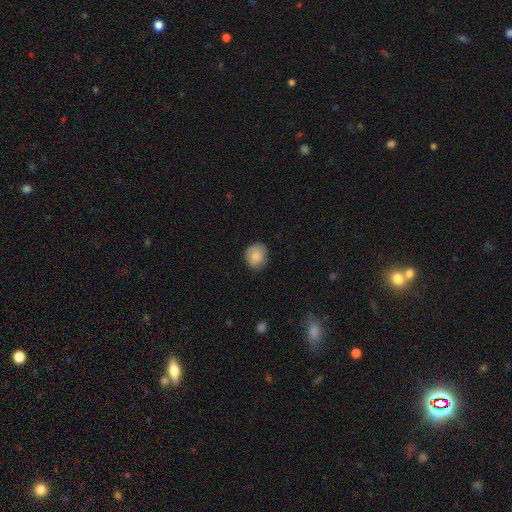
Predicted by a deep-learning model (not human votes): The model was most divided on "how rounded": round: 72%, in between: 27%, cigar-shaped: 1%. More confident: smooth or featured — smooth (85%); merging — none (77%).